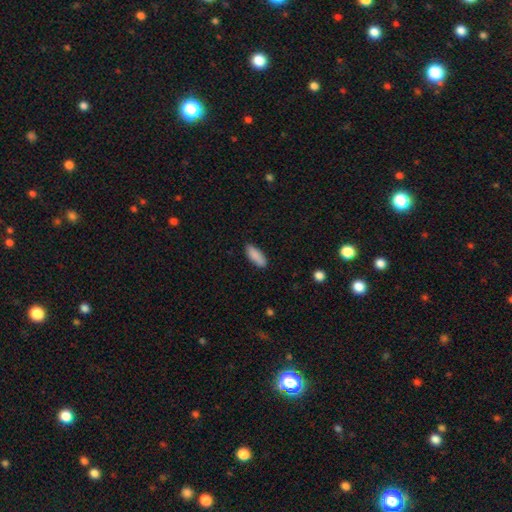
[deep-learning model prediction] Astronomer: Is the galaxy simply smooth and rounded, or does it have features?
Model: smooth — 89%.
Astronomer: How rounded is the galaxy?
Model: in between — 73%.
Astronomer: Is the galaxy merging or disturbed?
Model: none — 87%.